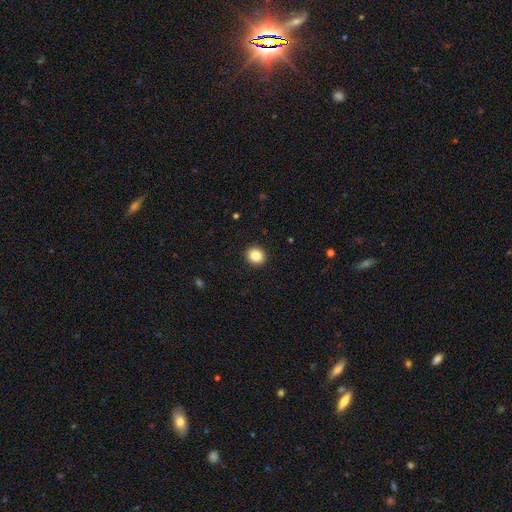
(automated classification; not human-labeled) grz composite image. It shows a smooth galaxy with no disk features (86%) that is round (87%). Merging: none (93%).